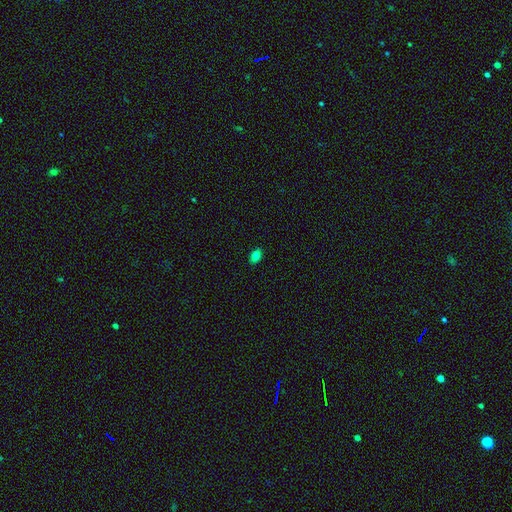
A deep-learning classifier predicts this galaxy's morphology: Smooth or featured? Predicted: smooth (p=0.82). How rounded? Predicted: in between (p=0.87). Merging? Predicted: none (p=0.89).